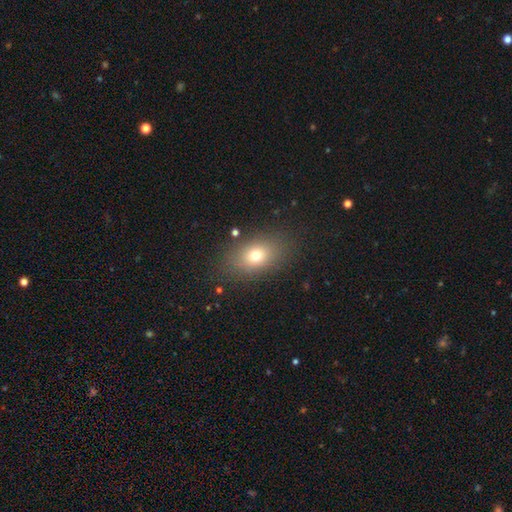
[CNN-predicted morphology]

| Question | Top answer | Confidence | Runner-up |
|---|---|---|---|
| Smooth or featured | smooth | 72% | featured or disk (15%) |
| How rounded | in between | 76% | round (21%) |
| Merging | none | 83% | minor disturbance (10%) |